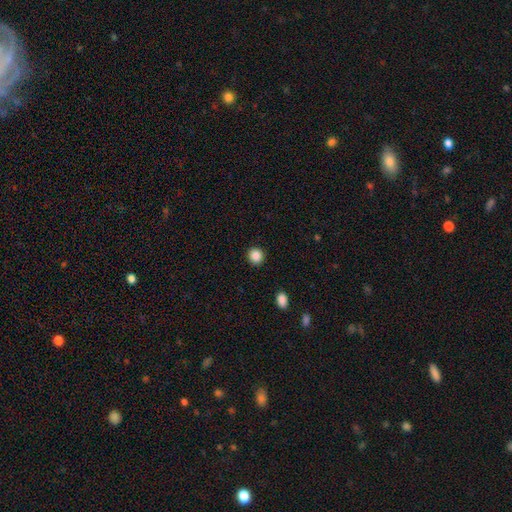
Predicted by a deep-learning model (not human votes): Smooth or featured?
  - smooth: 87% *
  - star or artifact: 10%
  - featured or disk: 3%
How rounded?
  - round: 90% *
  - in between: 9%
  - cigar-shaped: 1%
Merging?
  - none: 92% *
  - minor disturbance: 5%
  - major disturbance: 2%
  - merger: 1%